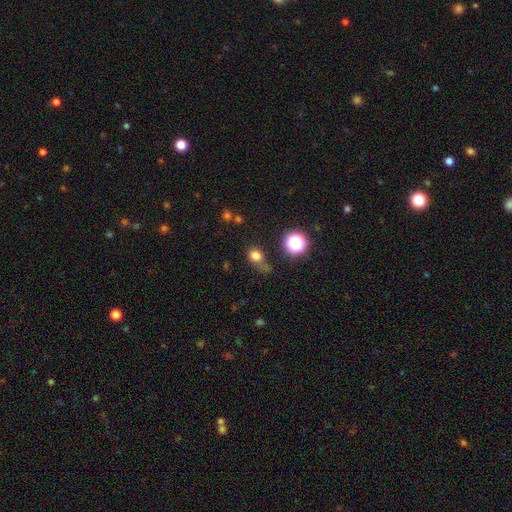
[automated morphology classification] smooth_or_featured: smooth (p=0.76) [alt: star or artifact p=0.16]
how_rounded: round (p=0.56) [alt: in between p=0.43]
merging: none (p=0.48) [alt: minor disturbance p=0.26]